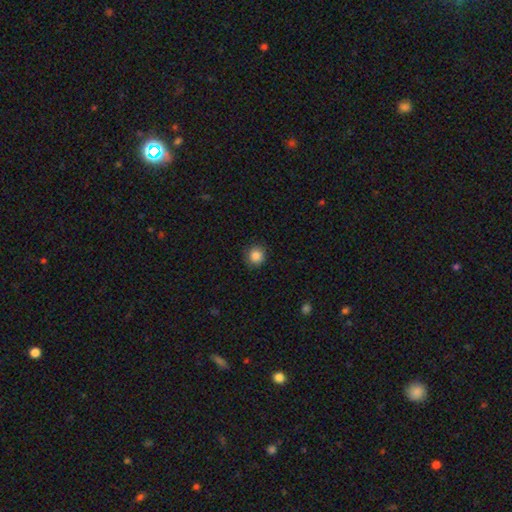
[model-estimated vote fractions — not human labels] smooth 86%, star or artifact 10%, featured or disk 3%. Down the decision tree: how rounded — round (92%); merging — none (88%).